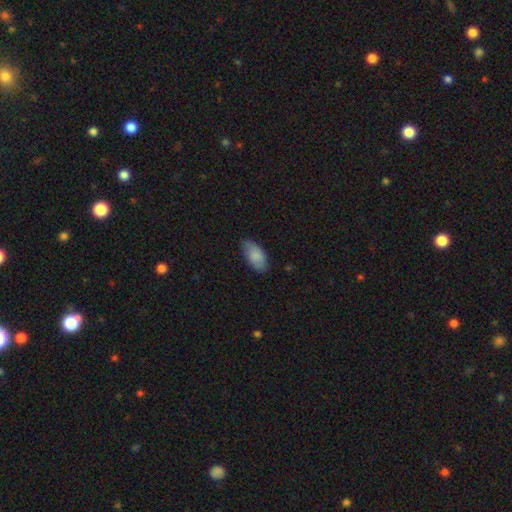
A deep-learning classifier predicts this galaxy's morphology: This is clearly a smooth galaxy (84%). How rounded: clearly in between (94%). Merging: likely none (75%).